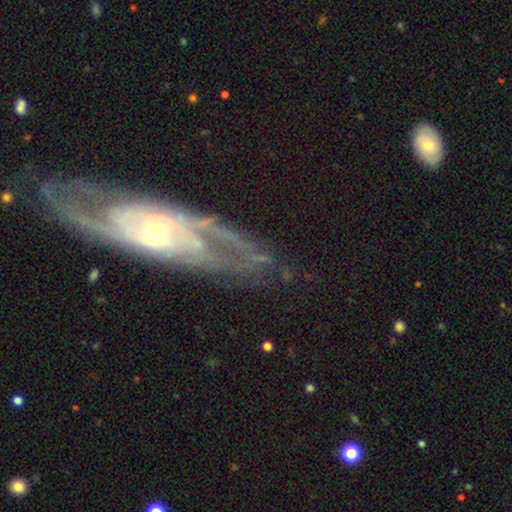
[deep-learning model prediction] Smooth or featured? Predicted: featured or disk (p=0.83). Edge-on disk? Predicted: no (p=0.84). Bar? Predicted: no (p=0.65). Spiral arms? Predicted: yes (p=0.88). Spiral winding? Predicted: tight (p=0.50). Spiral arm count? Predicted: 2 (p=0.49). Bulge size? Predicted: small (p=0.66). Merging? Predicted: none (p=0.71).